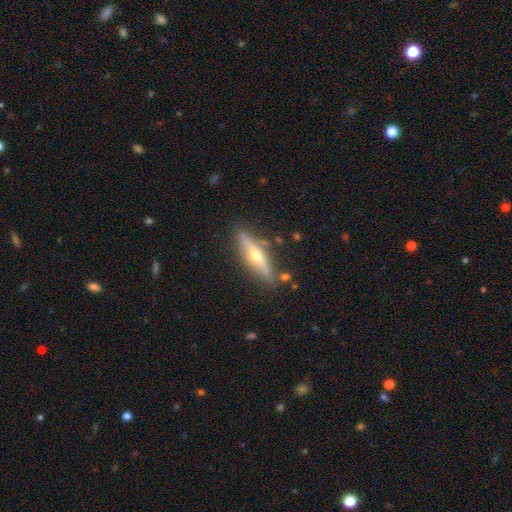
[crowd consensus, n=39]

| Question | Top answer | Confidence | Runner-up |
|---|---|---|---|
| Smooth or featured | featured or disk | 72% | smooth (21%) |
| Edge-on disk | yes | 93% | no (7%) |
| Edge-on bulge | rounded | 96% | none (4%) |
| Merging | none | 89% | minor disturbance (8%) |